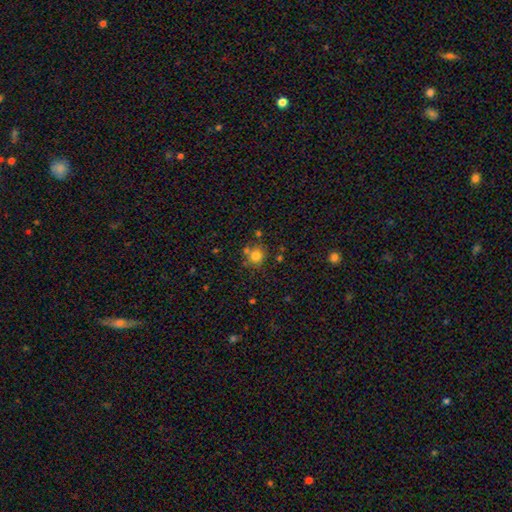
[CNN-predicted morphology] smooth 78%, star or artifact 13%, featured or disk 9%. Down the decision tree: how rounded — round (87%); merging — none (69%).